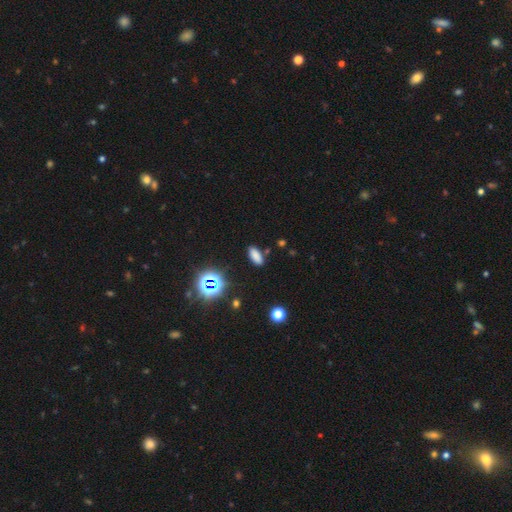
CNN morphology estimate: Smooth or featured? Predicted: smooth (p=0.77). How rounded? Predicted: in between (p=0.82). Merging? Predicted: none (p=0.87).